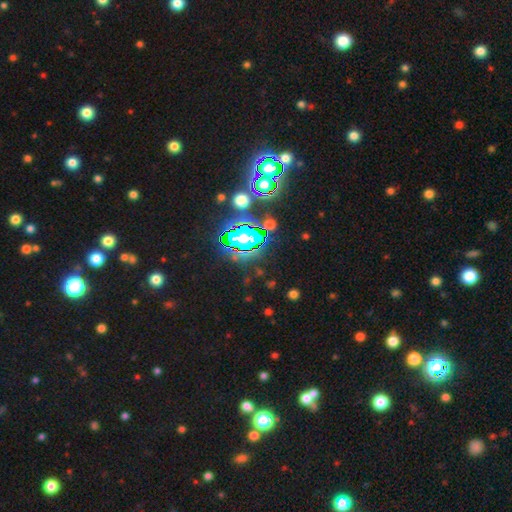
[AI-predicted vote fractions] A star or artifact, not a galaxy (80%).